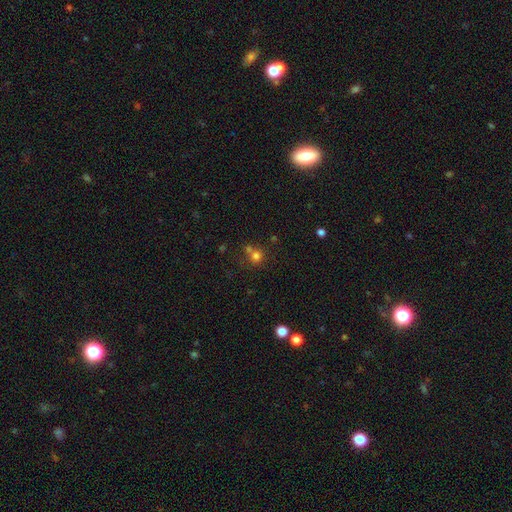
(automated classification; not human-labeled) Smooth or featured: smooth — 73% (star or artifact — 18%)
How rounded: round — 88% (in between — 11%)
Merging: none — 56% (merger — 31%)